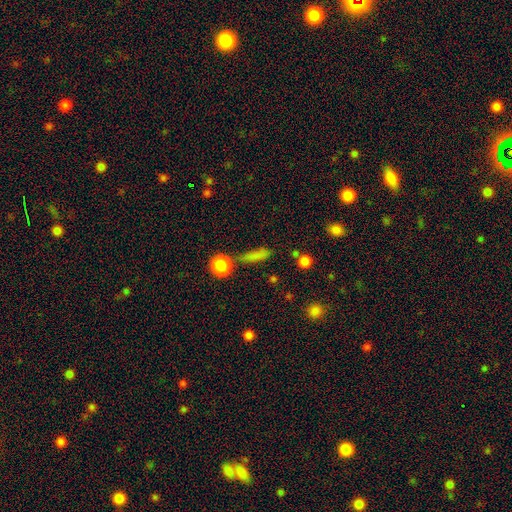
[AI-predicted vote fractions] This is likely a smooth galaxy (75%). How rounded: possibly cigar-shaped (53%). Merging: likely none (67%).